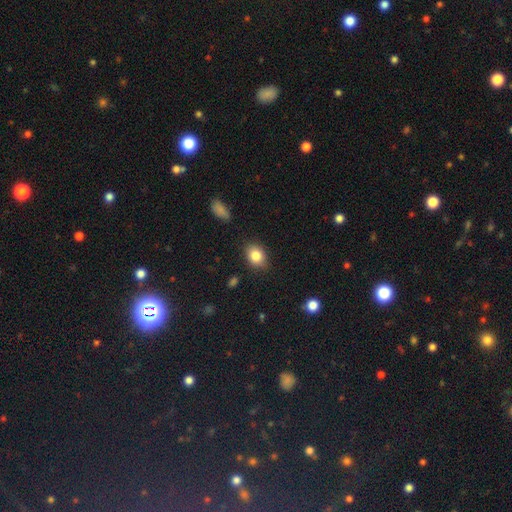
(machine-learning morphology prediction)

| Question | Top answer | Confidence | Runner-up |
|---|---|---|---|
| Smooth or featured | smooth | 83% | star or artifact (9%) |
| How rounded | in between | 61% | round (38%) |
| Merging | none | 83% | minor disturbance (13%) |